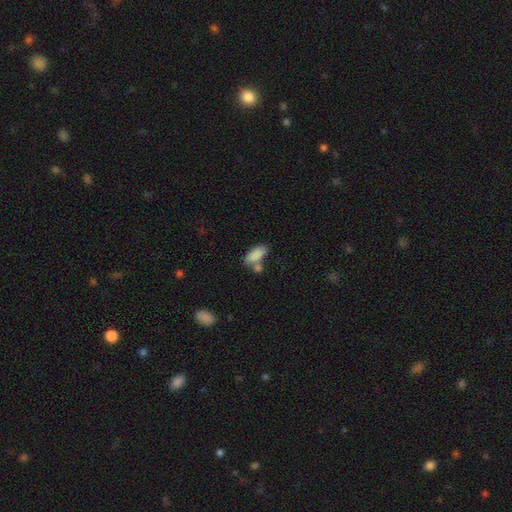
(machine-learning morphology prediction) smooth_or_featured: smooth (p=0.86) [alt: star or artifact p=0.07]
how_rounded: in between (p=0.87) [alt: cigar-shaped p=0.10]
merging: none (p=0.52) [alt: merger p=0.26]